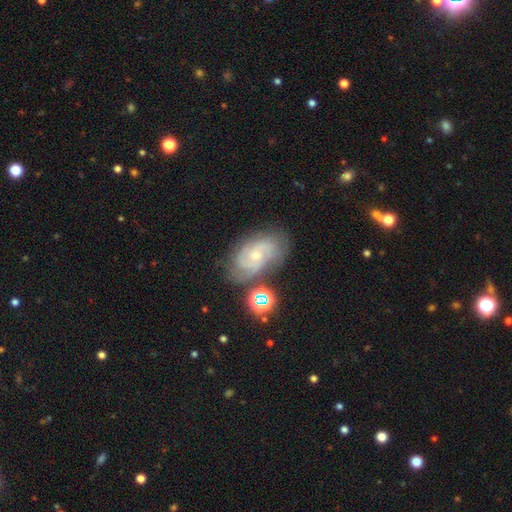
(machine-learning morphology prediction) smooth-or-featured: featured or disk: 75% | smooth: 14% | star or artifact: 10%
  disk-edge-on: no: 96% | yes: 4%
    bar: no: 67% | weak: 28% | strong: 4%
    has-spiral-arms: yes: 94% | no: 6%
      spiral-winding: tight: 49% | medium: 40% | loose: 11%
      spiral-arm-count: 2: 36% | can't tell: 26% | 3: 24% | 4: 6% | 1: 4% | more than 4: 4%
    bulge-size: small: 63% | moderate: 32% | none: 2% | large: 1% | dominant: 1%
  merging: none: 64% | minor disturbance: 20% | merger: 8% | major disturbance: 8%